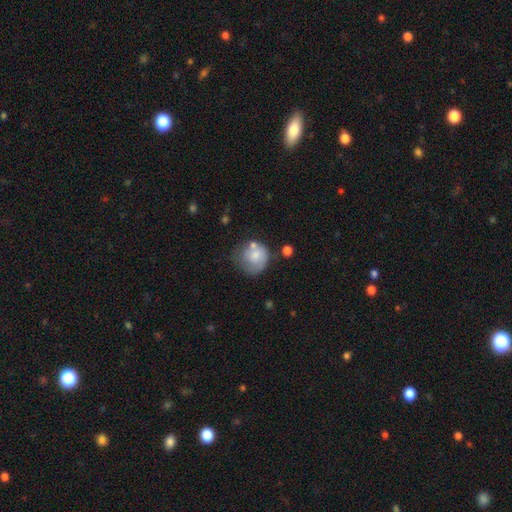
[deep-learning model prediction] The model was most divided on "merging": none: 43%, minor disturbance: 28%, major disturbance: 17%, merger: 12%. More confident: how rounded — round (81%); smooth or featured — smooth (67%).